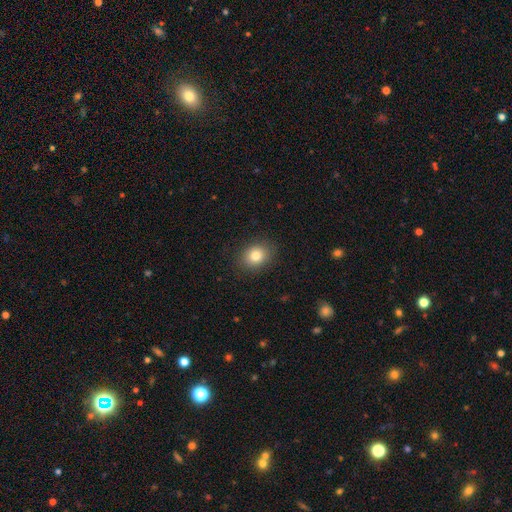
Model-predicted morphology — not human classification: Smooth or featured?
  - smooth: 82% *
  - star or artifact: 11%
  - featured or disk: 8%
How rounded?
  - round: 52% *
  - in between: 47%
  - cigar-shaped: 1%
Merging?
  - none: 88% *
  - minor disturbance: 8%
  - major disturbance: 3%
  - merger: 1%